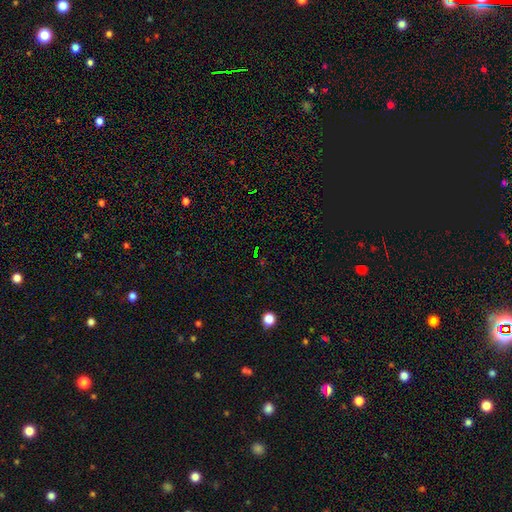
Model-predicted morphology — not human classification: type=star or artifact (68%).